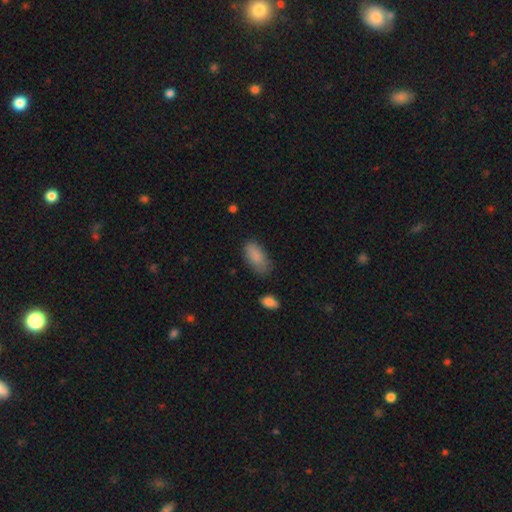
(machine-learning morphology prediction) This appears to be a smooth galaxy with no disk features (87%) that is in between round and cigar-shaped (92%). Merging: none (70%).